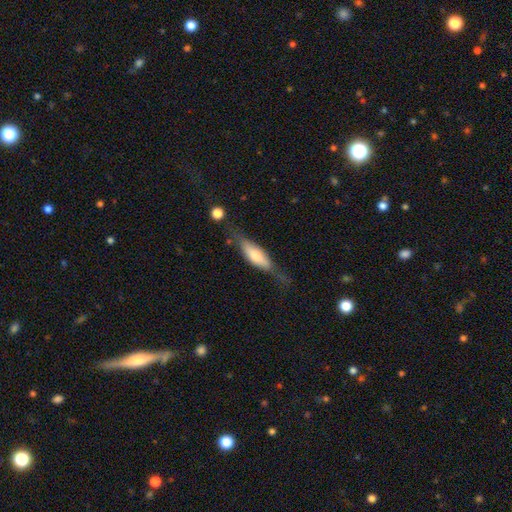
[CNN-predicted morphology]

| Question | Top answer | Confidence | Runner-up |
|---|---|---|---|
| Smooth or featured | smooth | 56% | featured or disk (38%) |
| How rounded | cigar-shaped | 51% | in between (47%) |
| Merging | none | 57% | minor disturbance (26%) |